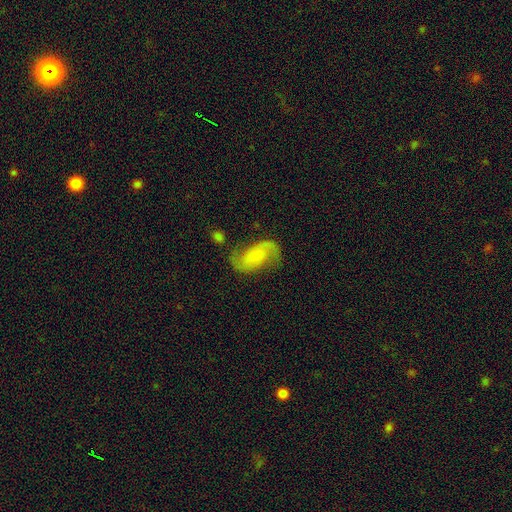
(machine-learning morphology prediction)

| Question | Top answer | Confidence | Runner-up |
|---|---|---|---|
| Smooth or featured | featured or disk | 77% | smooth (16%) |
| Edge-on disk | no | 97% | yes (3%) |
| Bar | no | 46% | weak (40%) |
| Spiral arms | yes | 95% | no (5%) |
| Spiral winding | loose | 47% | medium (41%) |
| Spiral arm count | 2 | 91% | can't tell (3%) |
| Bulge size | small | 42% | none (30%) |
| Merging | none | 68% | minor disturbance (18%) |